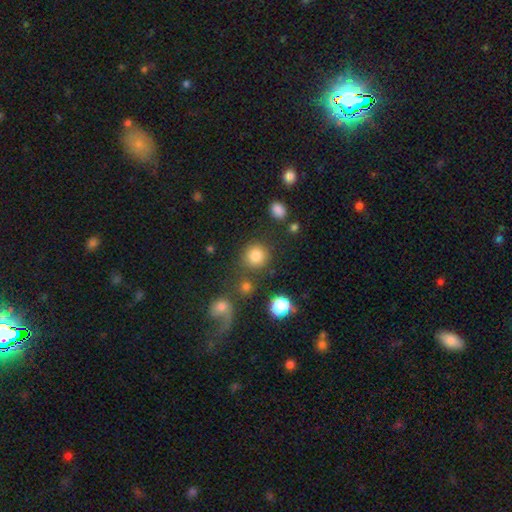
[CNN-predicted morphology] smooth_or_featured: smooth (p=0.81) [alt: star or artifact p=0.12]
how_rounded: round (p=0.92) [alt: in between p=0.07]
merging: none (p=0.79) [alt: minor disturbance p=0.09]